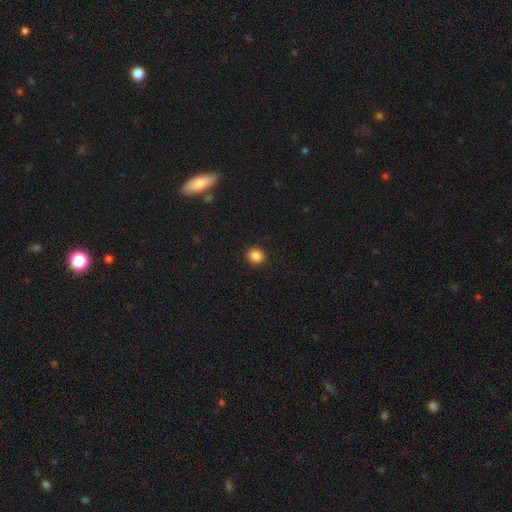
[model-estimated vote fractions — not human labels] Overall: smooth (87%). How rounded: round (82%). Merging: none (92%).